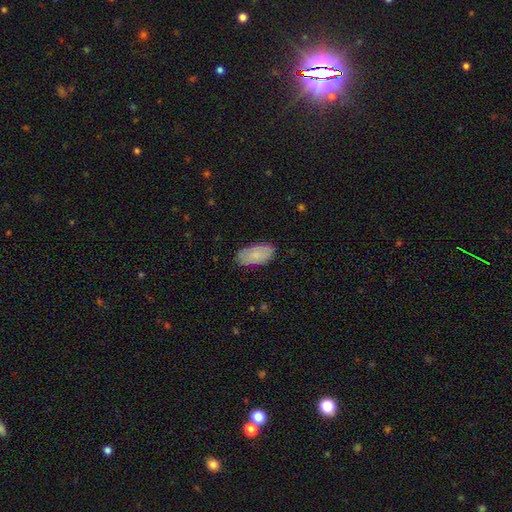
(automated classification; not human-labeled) Q: Smooth or featured?
A: smooth (76%); runner-up: featured or disk (17%)
Q: How rounded?
A: in between (94%); runner-up: cigar-shaped (4%)
Q: Merging?
A: none (81%); runner-up: minor disturbance (15%)